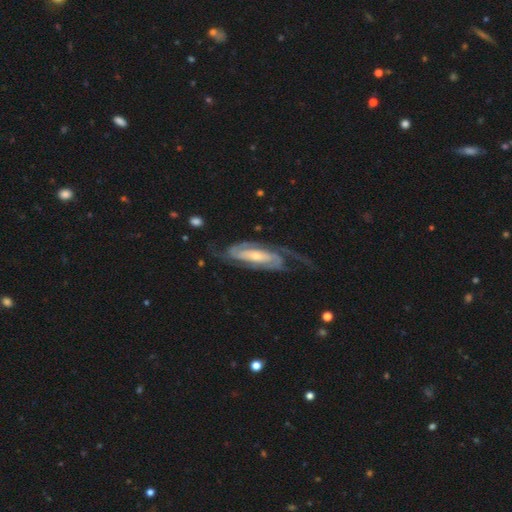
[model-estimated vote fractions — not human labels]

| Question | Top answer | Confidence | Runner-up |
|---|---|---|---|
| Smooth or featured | featured or disk | 89% | smooth (7%) |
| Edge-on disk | no | 91% | yes (9%) |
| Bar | no | 38% | weak (33%) |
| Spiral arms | yes | 97% | no (3%) |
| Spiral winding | tight | 51% | medium (38%) |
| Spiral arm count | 2 | 71% | can't tell (11%) |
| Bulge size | small | 53% | moderate (39%) |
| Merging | none | 64% | minor disturbance (18%) |